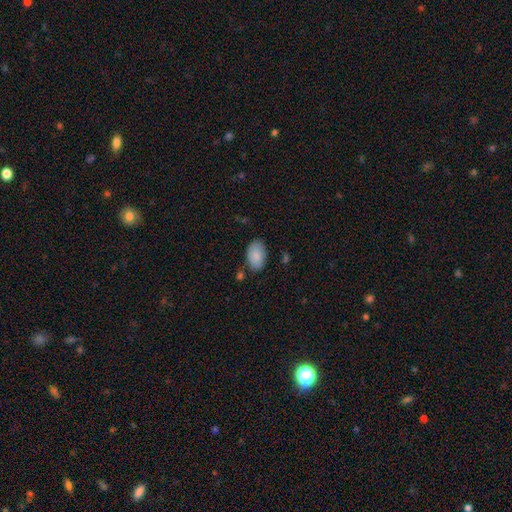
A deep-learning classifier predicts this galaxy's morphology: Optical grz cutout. It shows a smooth galaxy with no disk features (87%) that is in between round and cigar-shaped (92%). Merging: none (77%).